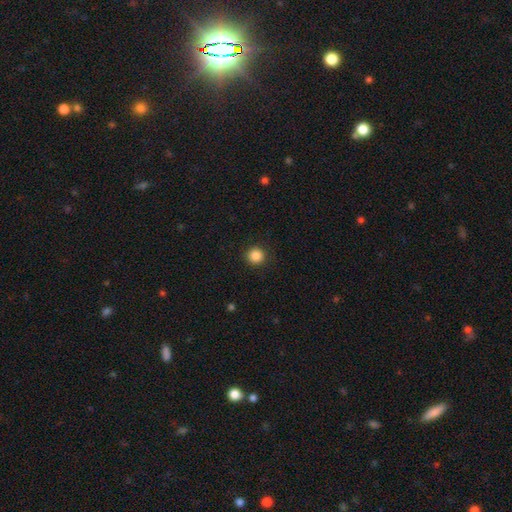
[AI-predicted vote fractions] Q: Smooth or featured?
A: smooth (86%); runner-up: star or artifact (11%)
Q: How rounded?
A: round (94%); runner-up: in between (5%)
Q: Merging?
A: none (92%); runner-up: minor disturbance (5%)